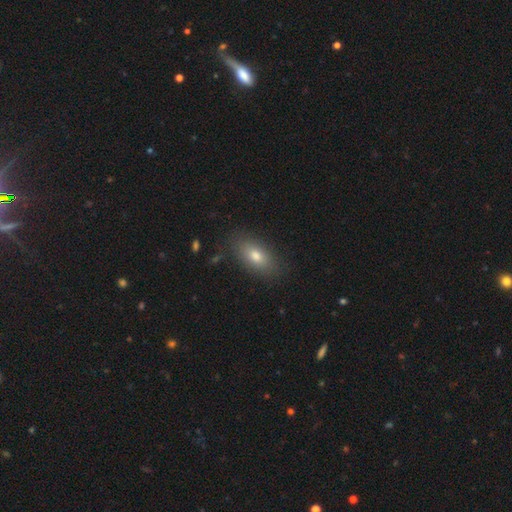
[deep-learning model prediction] Morphology: type=smooth (76%); roundness=in between (86%); merging=none (84%).